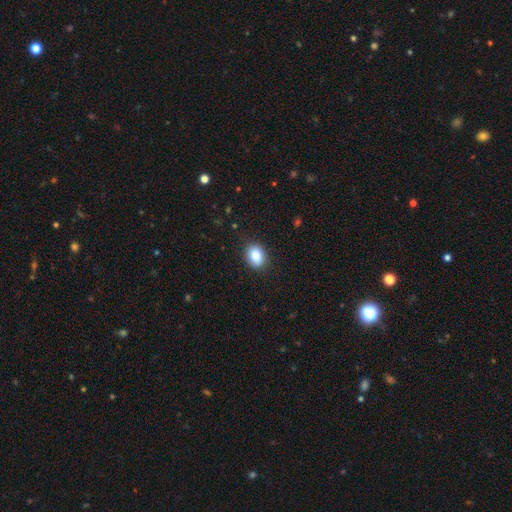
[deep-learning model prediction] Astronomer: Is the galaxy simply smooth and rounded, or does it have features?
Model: smooth — 87%.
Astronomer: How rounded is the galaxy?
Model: in between — 59% (runner-up: round, 40%).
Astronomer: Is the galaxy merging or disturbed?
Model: none — 86%.